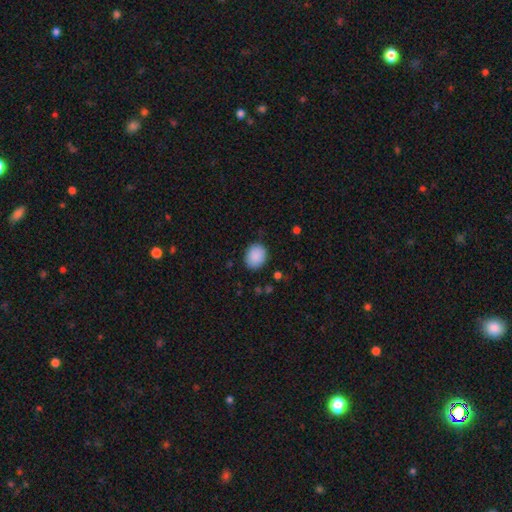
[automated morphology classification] type=smooth (89%); roundness=round (53%); merging=none (84%).